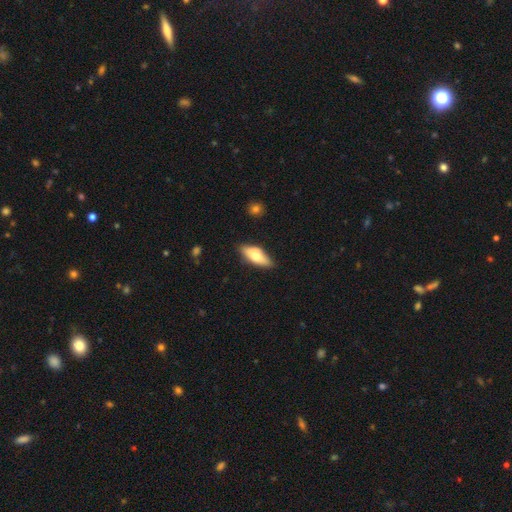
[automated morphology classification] This appears to be a smooth galaxy with no disk features (62%) that is in between round and cigar-shaped (75%). Merging: none (79%).